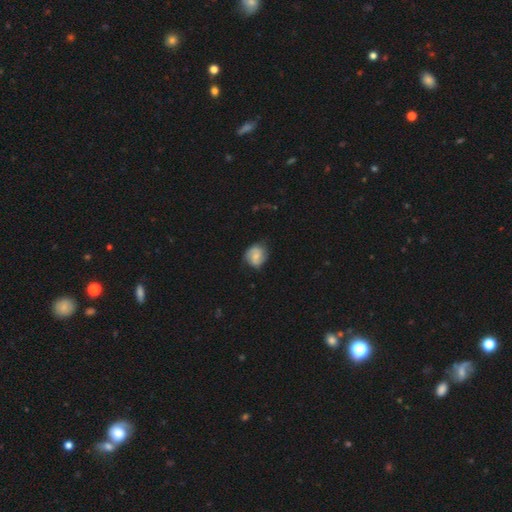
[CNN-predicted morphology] Smooth or featured? Predicted: smooth (p=0.50). Merging? Predicted: none (p=0.67).